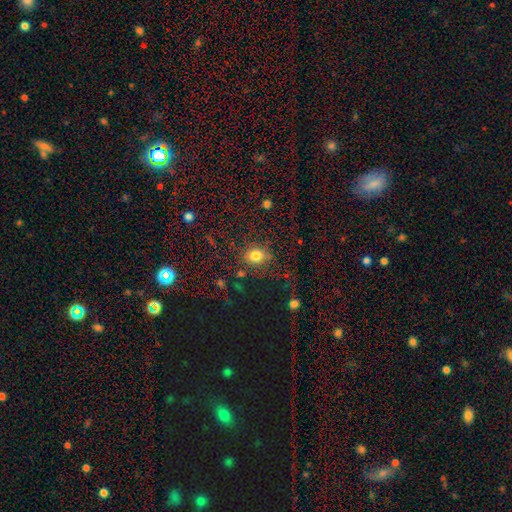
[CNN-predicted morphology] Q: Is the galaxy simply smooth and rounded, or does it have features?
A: smooth — 76%.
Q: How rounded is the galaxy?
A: round — 70%.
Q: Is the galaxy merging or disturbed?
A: none — 76%.